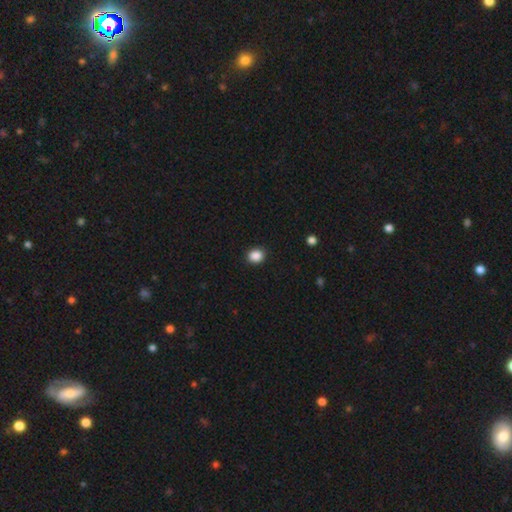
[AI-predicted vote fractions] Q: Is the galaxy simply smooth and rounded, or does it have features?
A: smooth — 88%.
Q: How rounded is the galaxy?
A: round — 68%.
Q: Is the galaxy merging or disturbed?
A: none — 91%.